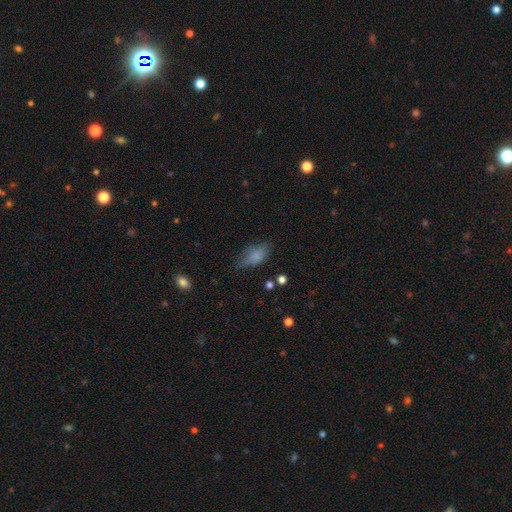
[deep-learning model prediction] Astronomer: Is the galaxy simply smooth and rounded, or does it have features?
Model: smooth — 78%.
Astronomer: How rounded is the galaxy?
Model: in between — 88%.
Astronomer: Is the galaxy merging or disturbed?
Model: none — 56% (runner-up: minor disturbance, 31%).